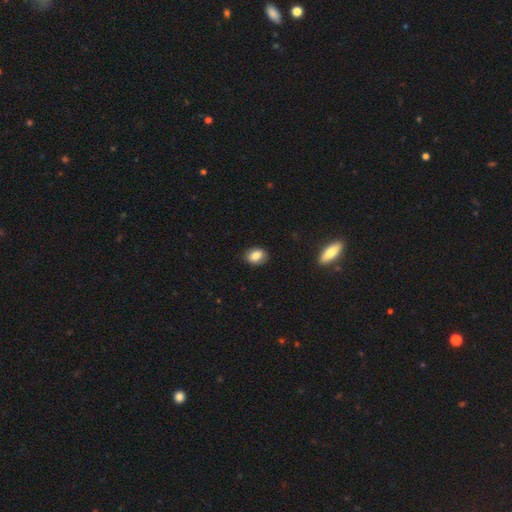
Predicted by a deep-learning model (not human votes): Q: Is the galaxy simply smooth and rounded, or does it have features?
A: smooth — 84%.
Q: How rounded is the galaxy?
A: in between — 70%.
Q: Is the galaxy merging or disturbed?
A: none — 85%.